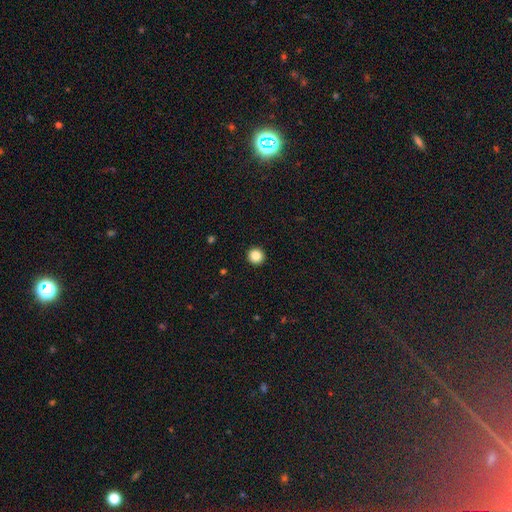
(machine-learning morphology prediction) Smooth or featured?
  - smooth: 86% *
  - star or artifact: 10%
  - featured or disk: 4%
How rounded?
  - round: 95% *
  - in between: 5%
  - cigar-shaped: 1%
Merging?
  - none: 94% *
  - minor disturbance: 4%
  - major disturbance: 1%
  - merger: 1%